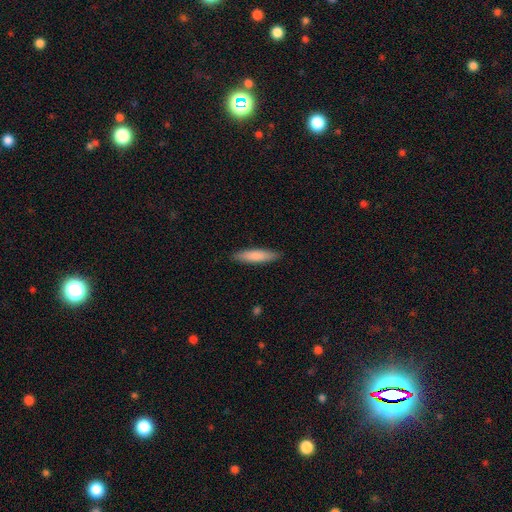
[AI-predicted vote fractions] smooth 81%, featured or disk 13%, star or artifact 5%. Down the decision tree: how rounded — cigar-shaped (76%); merging — none (89%).